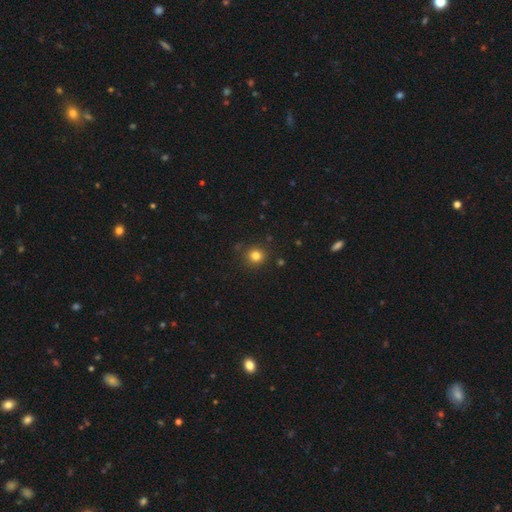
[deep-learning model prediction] This appears to be a smooth galaxy with no disk features (81%) that is round (90%). Merging: none (87%).